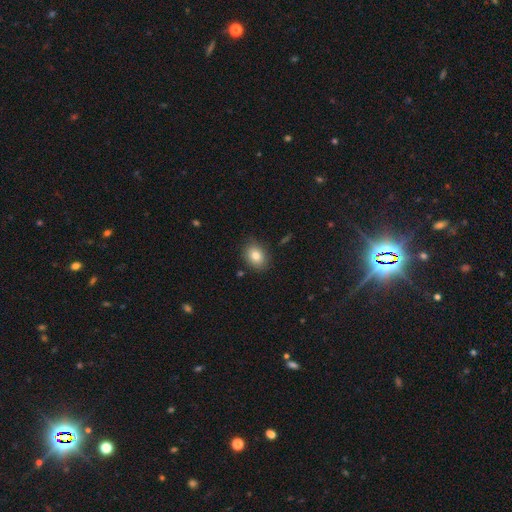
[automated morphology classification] Overall: smooth (82%). How rounded: in between (65%; round 34%). Merging: none (85%).